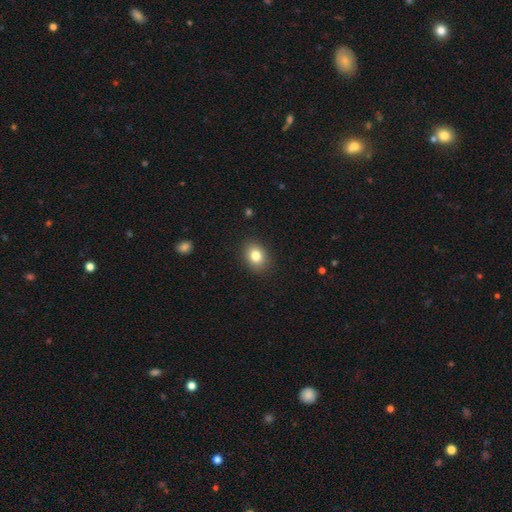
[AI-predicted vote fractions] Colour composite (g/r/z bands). It shows a smooth galaxy with no disk features (81%) that is in between round and cigar-shaped (54%). Merging: none (89%).